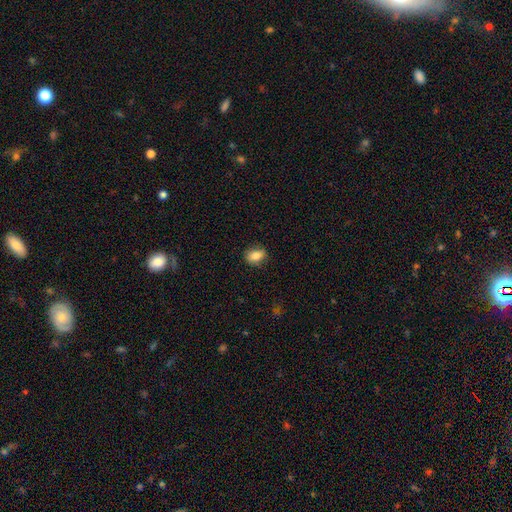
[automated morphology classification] Overall: smooth (83%). How rounded: in between (71%). Merging: none (83%).